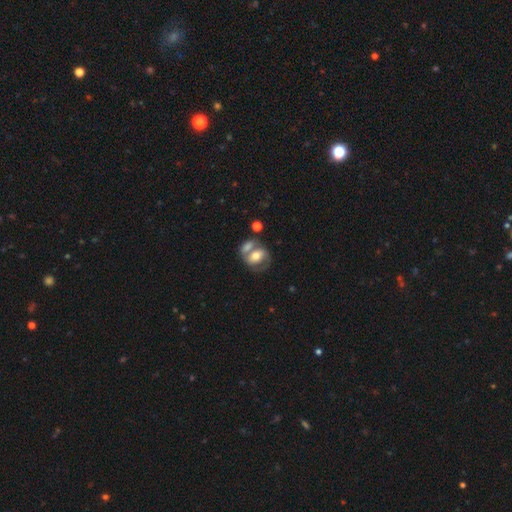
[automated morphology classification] This appears to be a featured or disk galaxy (54%) with no bar (40%), spiral arms (59%) and a moderate central bulge (66%). Merging: merger (42%).